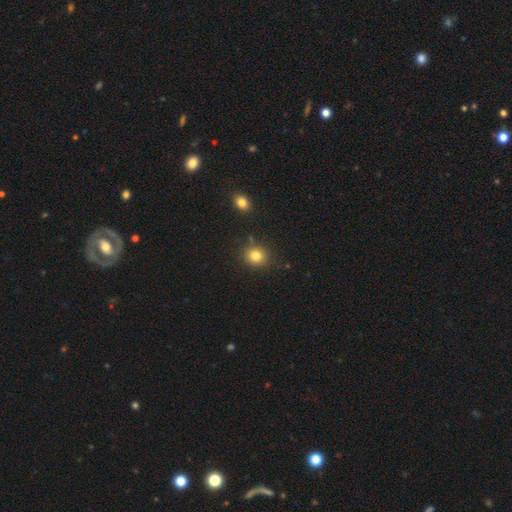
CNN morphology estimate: smooth-or-featured: smooth: 81% | star or artifact: 12% | featured or disk: 7%
  how-rounded: round: 82% | in between: 17% | cigar-shaped: 1%
  merging: none: 83% | minor disturbance: 10% | merger: 4% | major disturbance: 3%